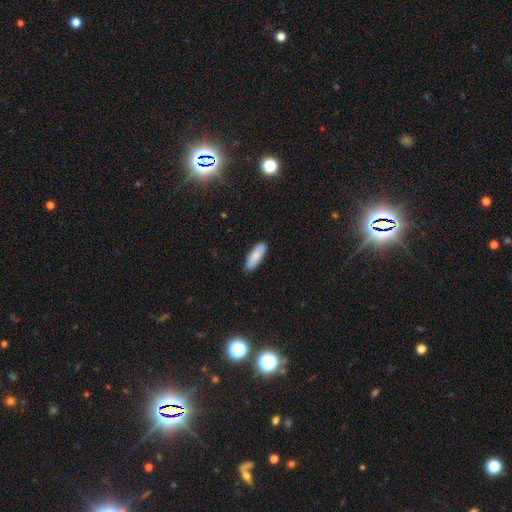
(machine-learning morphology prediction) Smooth or featured?
  - smooth: 84% *
  - featured or disk: 10%
  - star or artifact: 6%
How rounded?
  - in between: 63% *
  - cigar-shaped: 36%
  - round: 2%
Merging?
  - none: 87% *
  - minor disturbance: 10%
  - major disturbance: 2%
  - merger: 1%